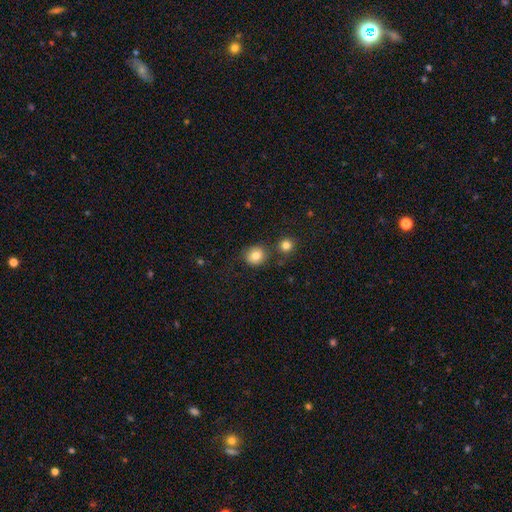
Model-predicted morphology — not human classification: smooth 82%, star or artifact 11%, featured or disk 7%. Down the decision tree: how rounded — round (84%); merging — none (78%).